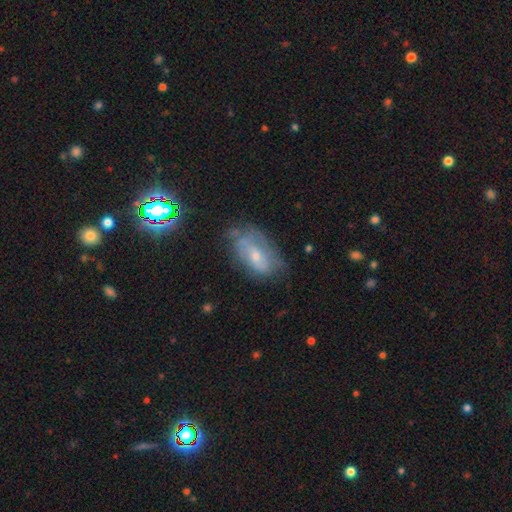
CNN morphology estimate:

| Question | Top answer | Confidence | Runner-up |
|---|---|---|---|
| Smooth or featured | featured or disk | 53% | smooth (35%) |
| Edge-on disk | no | 92% | yes (8%) |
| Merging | none | 49% | minor disturbance (31%) |